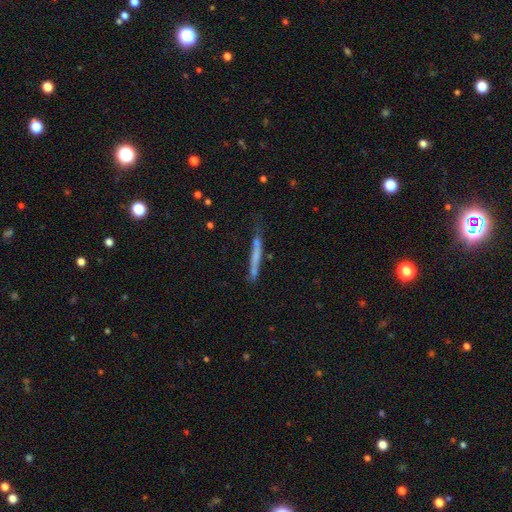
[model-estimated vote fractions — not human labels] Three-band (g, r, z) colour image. It shows a smooth galaxy with no disk features (58%) that is cigar-shaped (96%). Merging: none (67%).